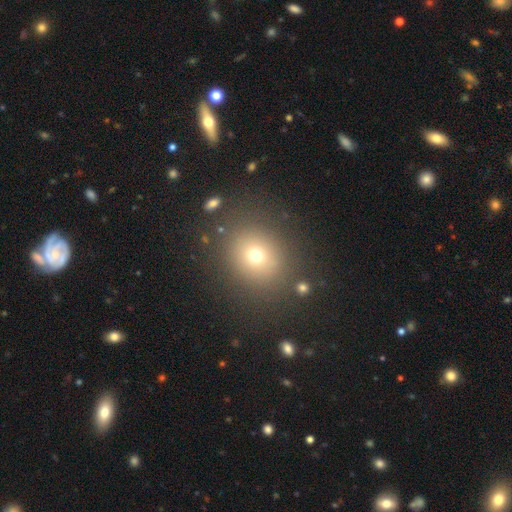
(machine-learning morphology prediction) This is likely a smooth galaxy (69%). How rounded: likely round (76%). Merging: clearly none (83%).